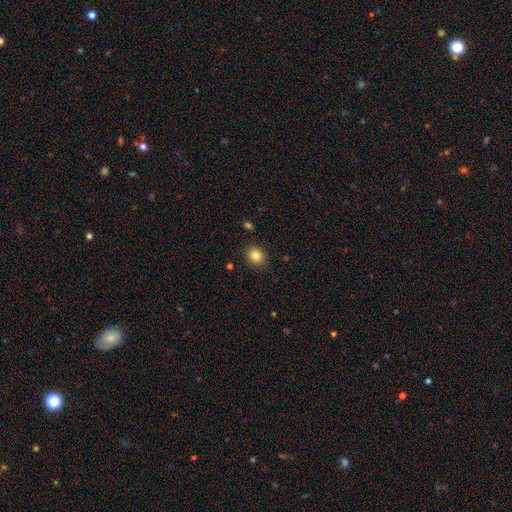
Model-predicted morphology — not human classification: Q: Smooth or featured?
A: smooth (83%); runner-up: star or artifact (10%)
Q: How rounded?
A: round (59%); runner-up: in between (40%)
Q: Merging?
A: none (87%); runner-up: minor disturbance (9%)